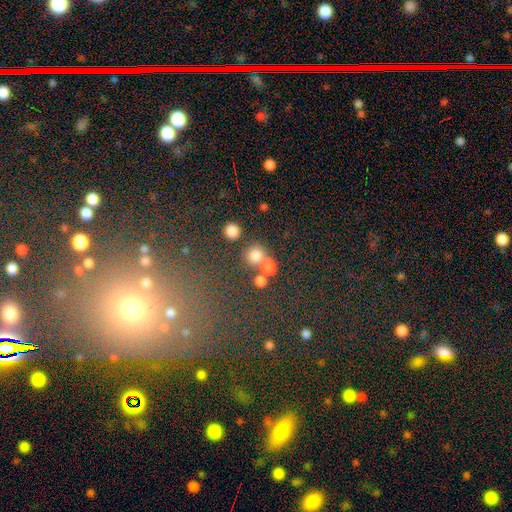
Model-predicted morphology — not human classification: Smooth or featured? smooth (74%)
How rounded? round (84%)
Merging? none (54%)